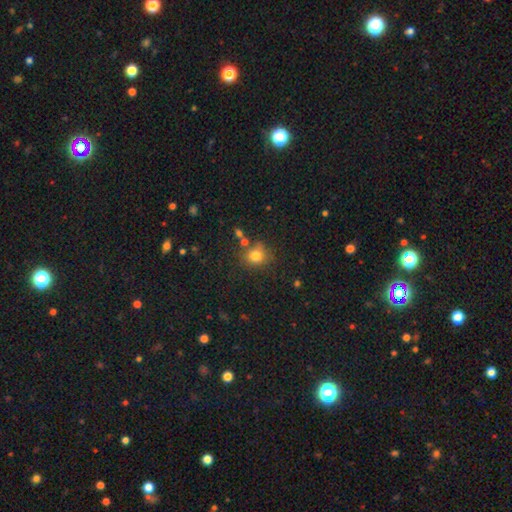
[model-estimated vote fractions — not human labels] Smooth or featured? smooth (77%)
How rounded? round (81%)
Merging? none (69%)